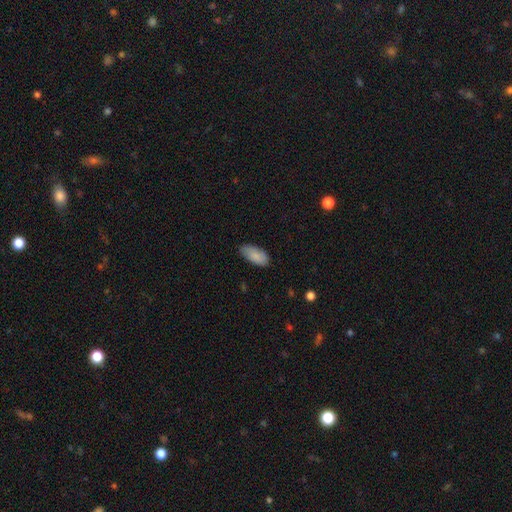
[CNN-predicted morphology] This is clearly a smooth galaxy (87%). How rounded: clearly in between (91%). Merging: likely none (78%).